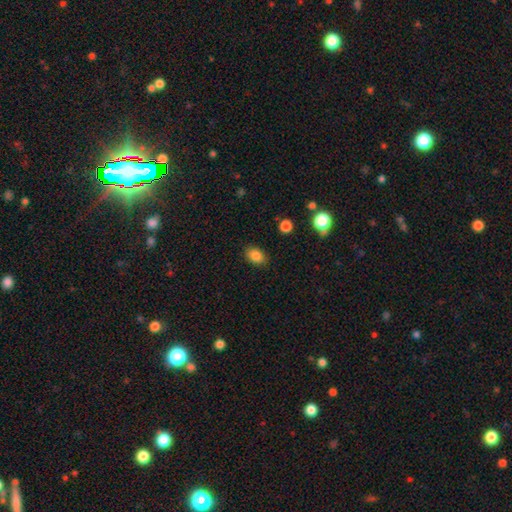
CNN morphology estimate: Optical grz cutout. It shows a smooth galaxy with no disk features (84%) that is in between round and cigar-shaped (76%). Merging: none (87%).